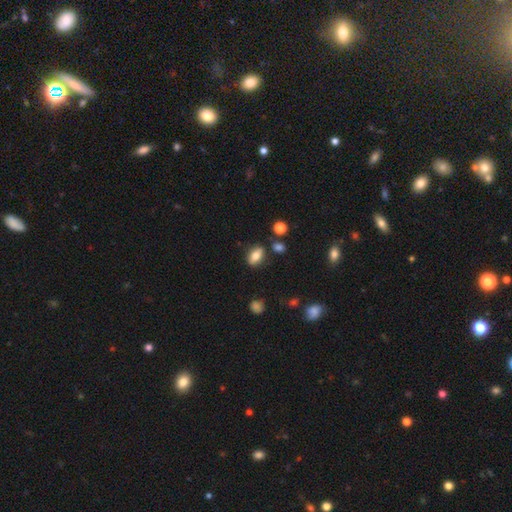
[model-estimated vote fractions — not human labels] smooth-or-featured: smooth: 79% | featured or disk: 13% | star or artifact: 9%
  how-rounded: in between: 83% | round: 10% | cigar-shaped: 7%
  merging: none: 80% | minor disturbance: 12% | merger: 4% | major disturbance: 3%